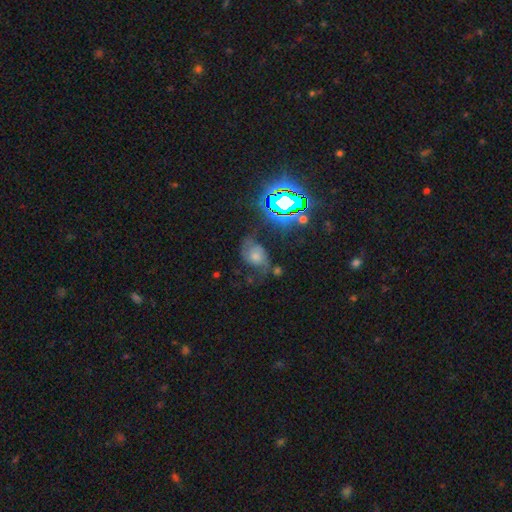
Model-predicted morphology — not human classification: type=featured or disk (47%); merging=none (55%).